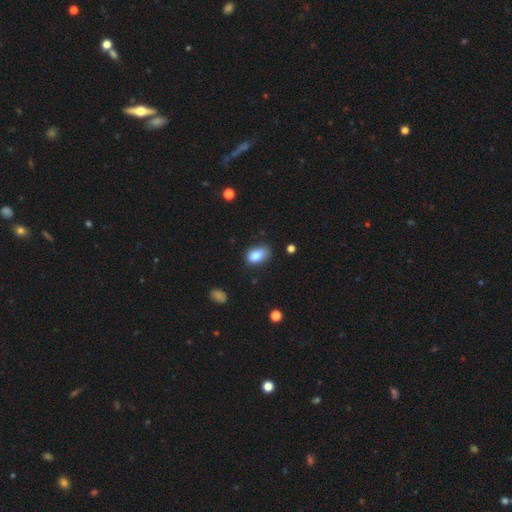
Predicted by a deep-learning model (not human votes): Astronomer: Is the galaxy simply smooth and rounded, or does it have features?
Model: smooth — 85%.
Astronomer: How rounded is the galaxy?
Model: in between — 89%.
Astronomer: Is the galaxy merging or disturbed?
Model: none — 61%.